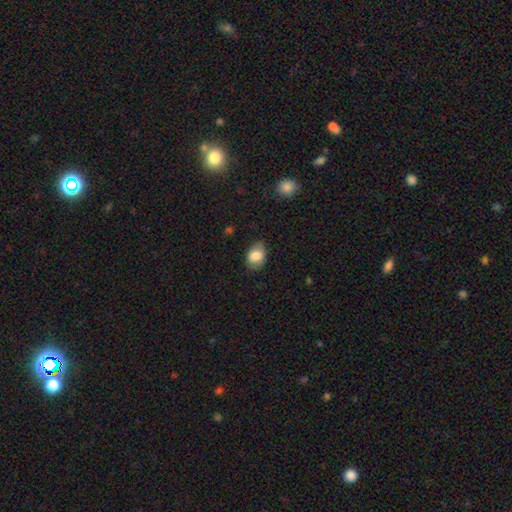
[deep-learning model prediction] Smooth or featured: smooth — 82% (featured or disk — 10%)
How rounded: in between — 77% (round — 22%)
Merging: none — 76% (minor disturbance — 19%)